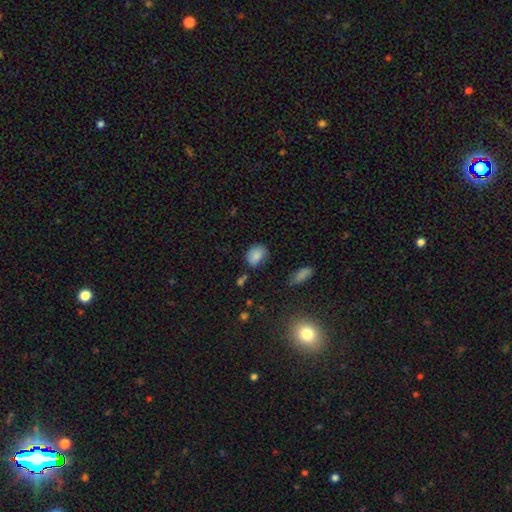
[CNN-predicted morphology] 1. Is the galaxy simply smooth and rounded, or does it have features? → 84% smooth, 10% star or artifact, 7% featured or disk.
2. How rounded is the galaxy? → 73% in between, 25% round, 1% cigar-shaped.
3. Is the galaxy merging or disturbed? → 66% none, 25% minor disturbance, 5% major disturbance, 4% merger.